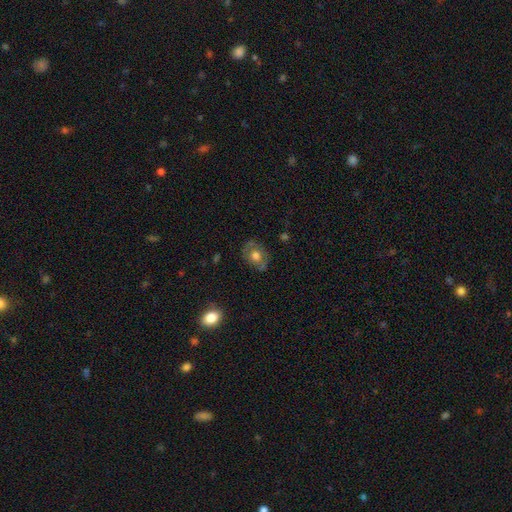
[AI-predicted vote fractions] Smooth or featured? smooth (55%)
How rounded? in between (53%)
Merging? none (72%)